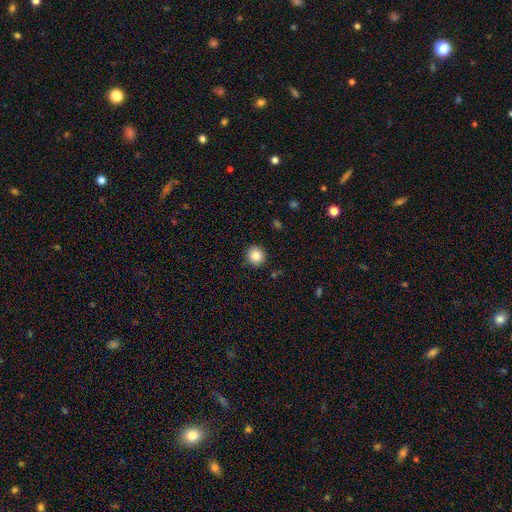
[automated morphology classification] Smooth or featured? Predicted: smooth (p=0.85). How rounded? Predicted: round (p=0.92). Merging? Predicted: none (p=0.91).